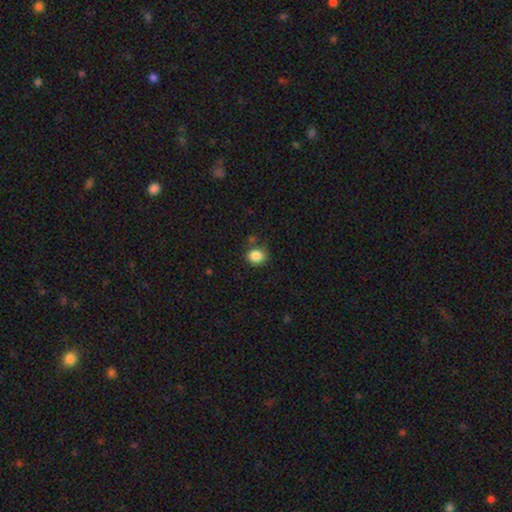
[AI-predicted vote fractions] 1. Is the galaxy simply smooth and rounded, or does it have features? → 85% smooth, 10% star or artifact, 5% featured or disk.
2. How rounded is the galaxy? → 78% round, 22% in between, 1% cigar-shaped.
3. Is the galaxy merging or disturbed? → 74% none, 15% minor disturbance, 6% merger, 4% major disturbance.